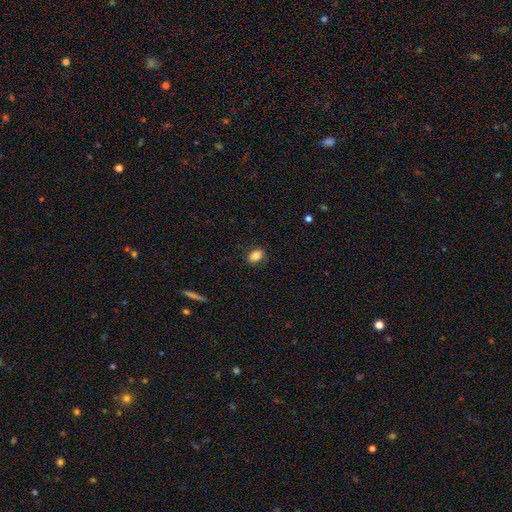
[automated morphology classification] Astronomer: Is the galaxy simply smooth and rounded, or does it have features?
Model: smooth — 84%.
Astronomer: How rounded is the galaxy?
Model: in between — 81%.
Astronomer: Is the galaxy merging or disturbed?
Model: none — 83%.